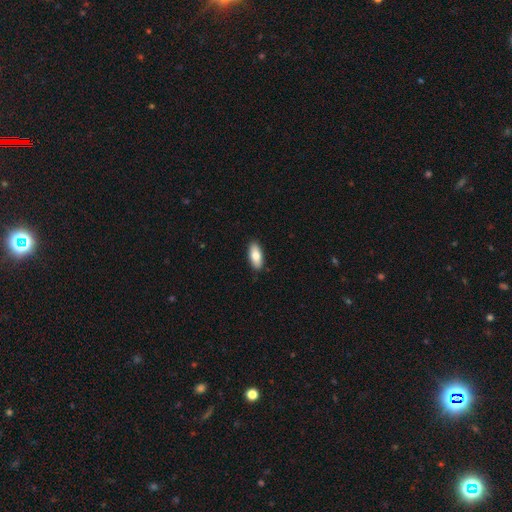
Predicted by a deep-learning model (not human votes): Overall: smooth (79%). How rounded: in between (82%). Merging: none (89%).